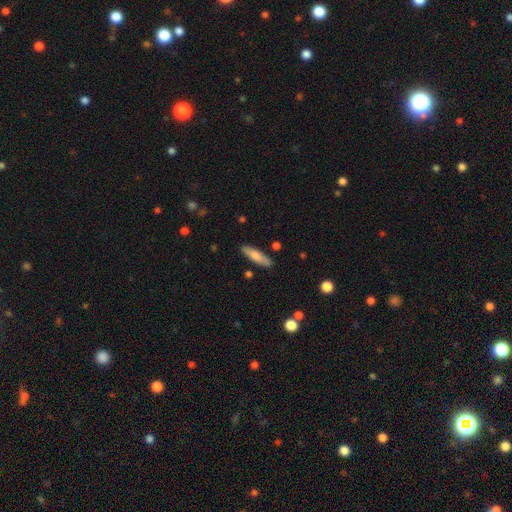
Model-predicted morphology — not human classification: This is likely a smooth galaxy (75%). How rounded: likely cigar-shaped (70%). Merging: clearly none (86%).